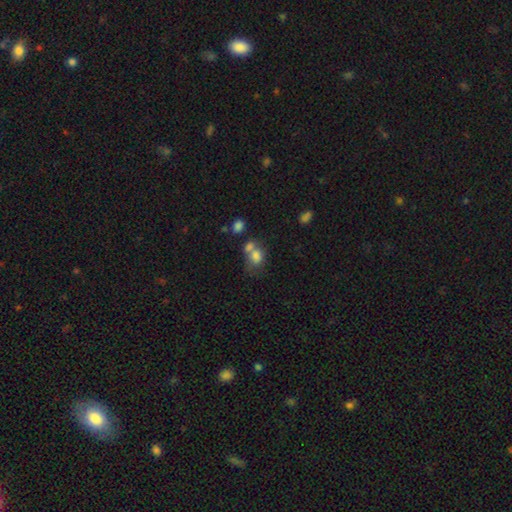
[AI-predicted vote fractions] Overall: smooth (75%). How rounded: in between (54%; round 45%). Merging: merger (49%; none 30%).